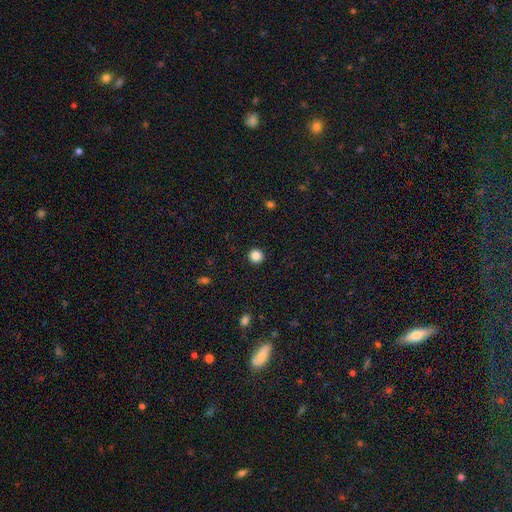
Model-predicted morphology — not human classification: The model was most divided on "smooth or featured": smooth: 86%, star or artifact: 10%, featured or disk: 3%. More confident: how rounded — round (95%); merging — none (93%).